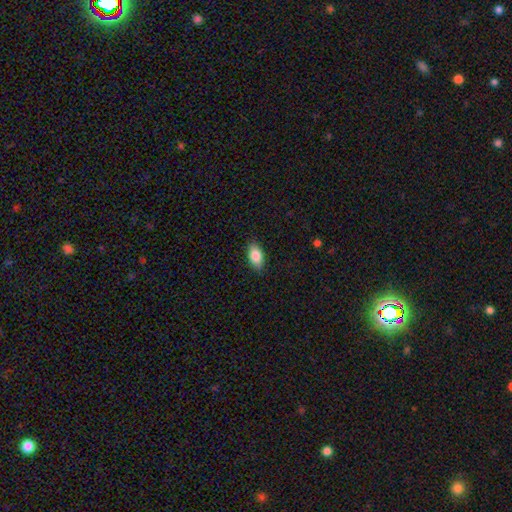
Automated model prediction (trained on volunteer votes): This is clearly a smooth galaxy (84%). How rounded: clearly in between (91%). Merging: clearly none (87%).